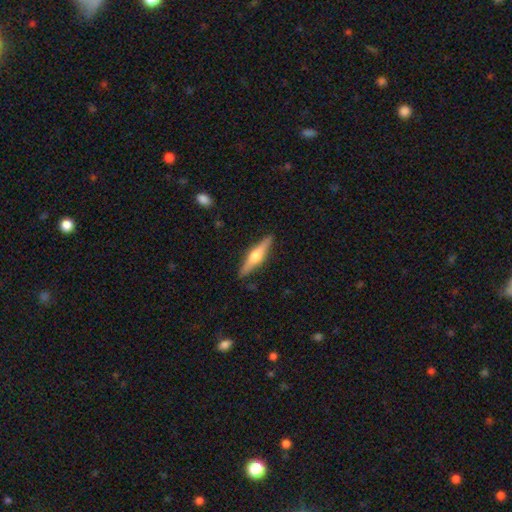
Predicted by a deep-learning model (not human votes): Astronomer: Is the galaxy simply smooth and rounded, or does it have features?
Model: featured or disk — 63%.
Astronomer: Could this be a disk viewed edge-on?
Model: yes — 97%.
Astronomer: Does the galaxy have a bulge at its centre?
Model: rounded — 92%.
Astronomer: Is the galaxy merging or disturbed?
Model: none — 89%.